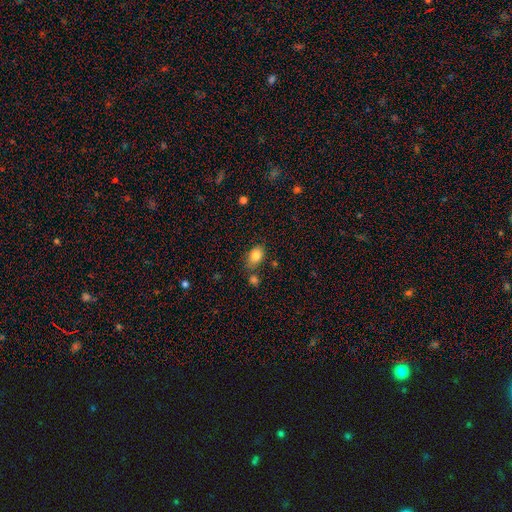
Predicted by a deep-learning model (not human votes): Smooth or featured? smooth (83%)
How rounded? in between (84%)
Merging? none (73%)